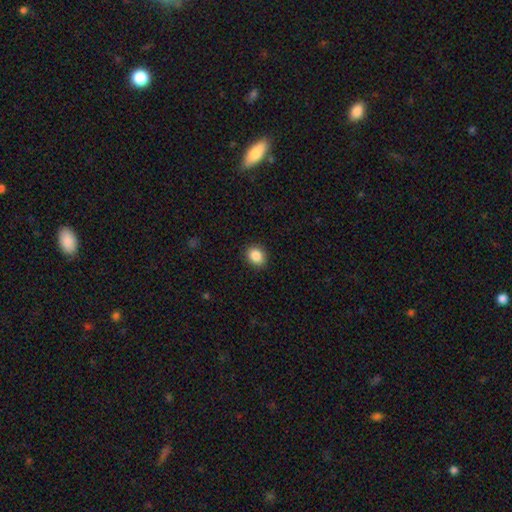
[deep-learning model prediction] Smooth or featured?
  - smooth: 87% *
  - star or artifact: 9%
  - featured or disk: 4%
How rounded?
  - round: 59% *
  - in between: 40%
  - cigar-shaped: 1%
Merging?
  - none: 89% *
  - minor disturbance: 8%
  - major disturbance: 2%
  - merger: 1%